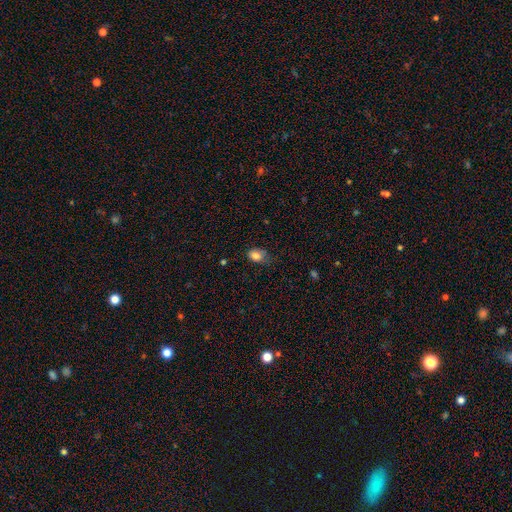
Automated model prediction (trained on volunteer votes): Smooth or featured: smooth — 83% (star or artifact — 10%)
How rounded: in between — 74% (round — 25%)
Merging: none — 60% (minor disturbance — 30%)